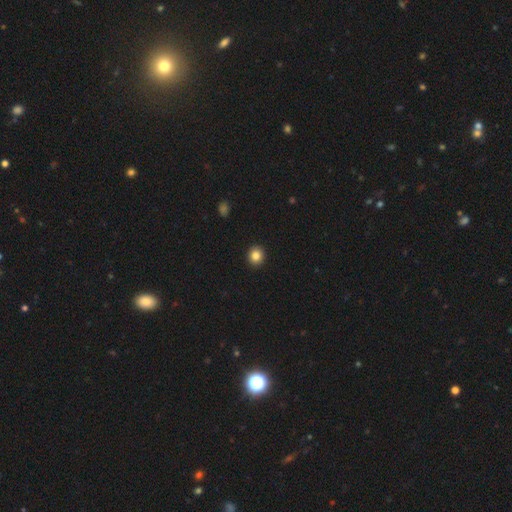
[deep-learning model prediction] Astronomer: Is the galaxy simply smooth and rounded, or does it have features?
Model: smooth — 85%.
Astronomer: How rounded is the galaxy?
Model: round — 86%.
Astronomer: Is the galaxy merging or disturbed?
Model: none — 93%.